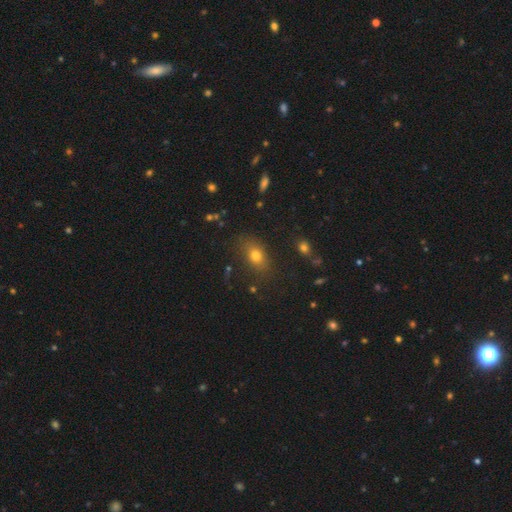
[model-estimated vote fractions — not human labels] The model was most divided on "how rounded": in between: 72%, round: 24%, cigar-shaped: 4%. More confident: merging — none (78%); smooth or featured — smooth (72%).